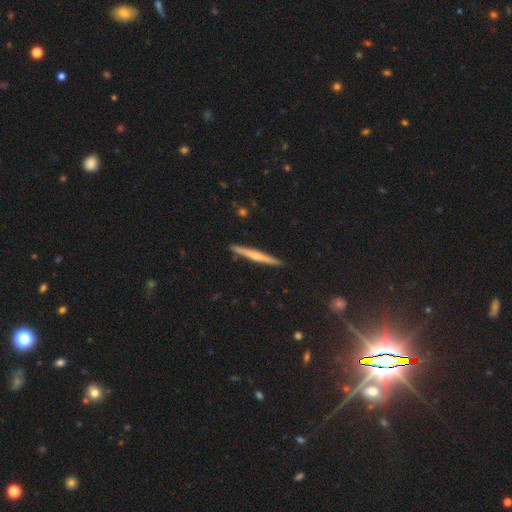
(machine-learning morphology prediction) This is possibly a featured or disk galaxy (57%). It is clearly viewed edge-on (98%). Edge-on bulge: possibly rounded (59%). Merging: clearly none (91%).